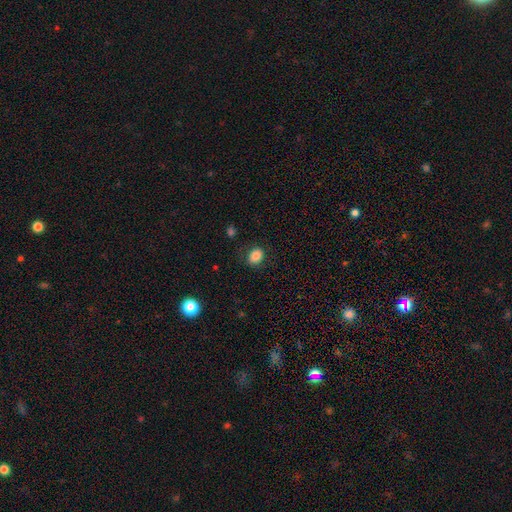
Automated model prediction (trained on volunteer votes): This is clearly a smooth galaxy (84%). How rounded: possibly round (50%). Merging: clearly none (83%).